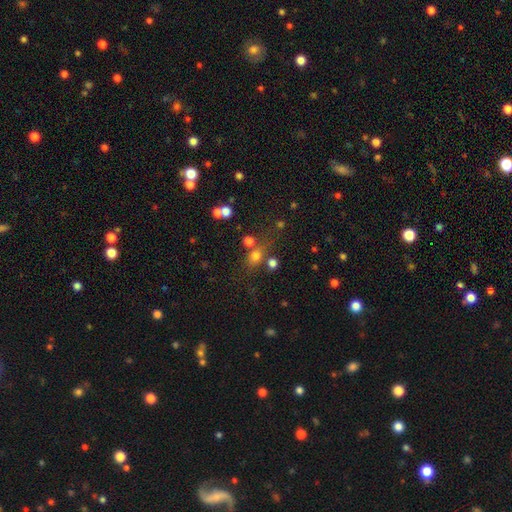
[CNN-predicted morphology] Smooth or featured? smooth (71%)
How rounded? round (52%)
Merging? none (59%)